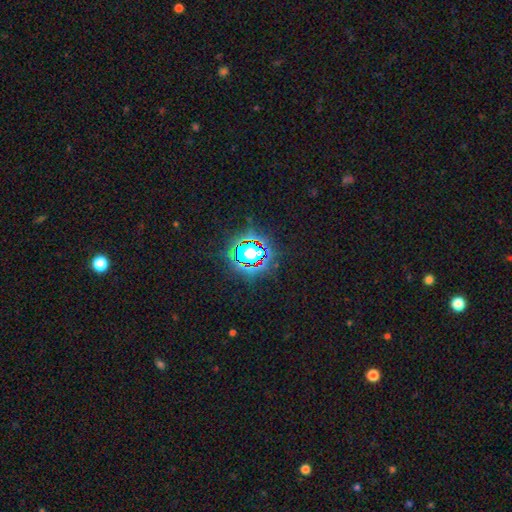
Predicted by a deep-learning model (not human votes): Smooth or featured? star or artifact (69%)